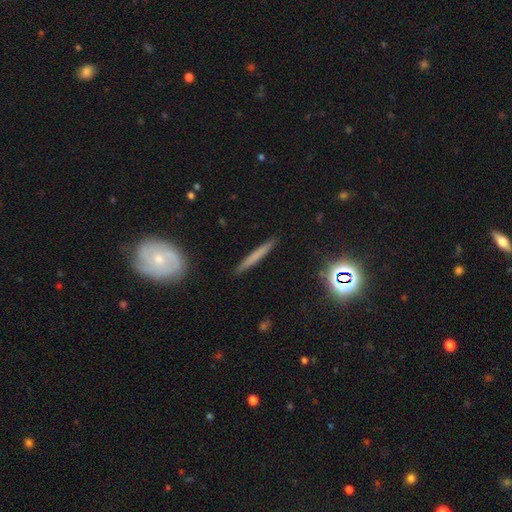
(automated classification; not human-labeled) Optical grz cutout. It shows a smooth galaxy with no disk features (58%) that is cigar-shaped (95%). Merging: none (88%).